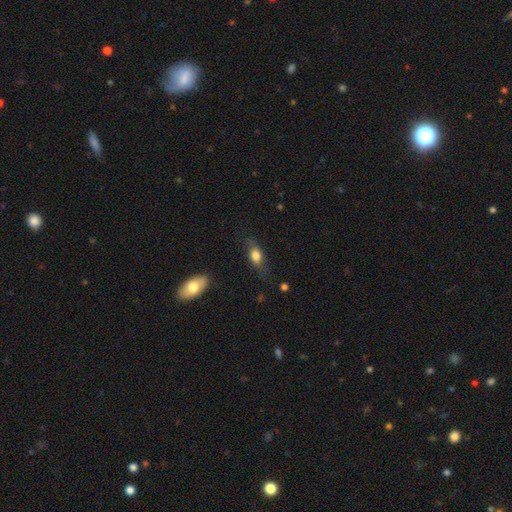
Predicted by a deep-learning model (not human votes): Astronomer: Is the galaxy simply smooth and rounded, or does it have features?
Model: smooth — 71%.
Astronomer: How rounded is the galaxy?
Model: in between — 74%.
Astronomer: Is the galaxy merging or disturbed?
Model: none — 69%.